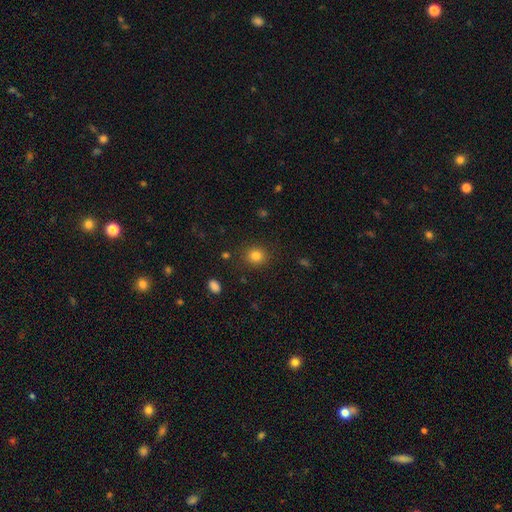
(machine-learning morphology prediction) This appears to be a smooth galaxy with no disk features (83%) that is round (82%). Merging: none (88%).